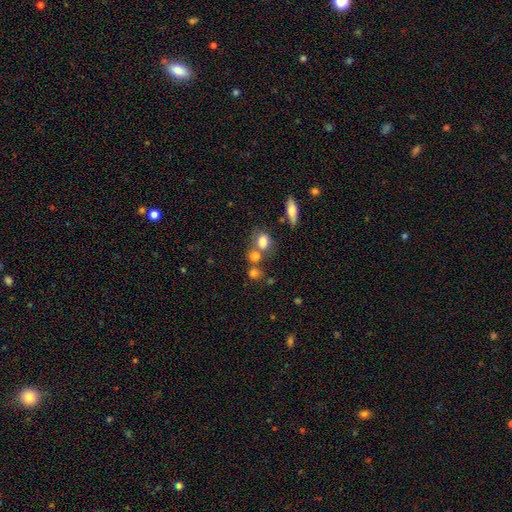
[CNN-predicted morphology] smooth-or-featured: smooth: 65% | star or artifact: 20% | featured or disk: 15%
  how-rounded: round: 72% | in between: 26% | cigar-shaped: 2%
  merging: none: 47% | merger: 40% | minor disturbance: 9% | major disturbance: 4%